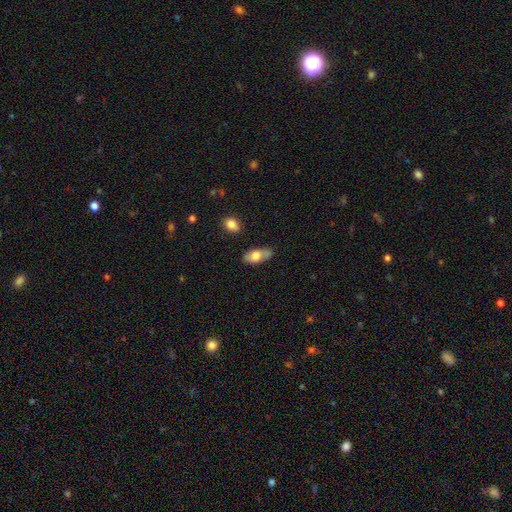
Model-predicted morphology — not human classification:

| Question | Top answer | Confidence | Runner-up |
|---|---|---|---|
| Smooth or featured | smooth | 70% | featured or disk (23%) |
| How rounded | in between | 86% | cigar-shaped (9%) |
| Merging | none | 64% | minor disturbance (24%) |